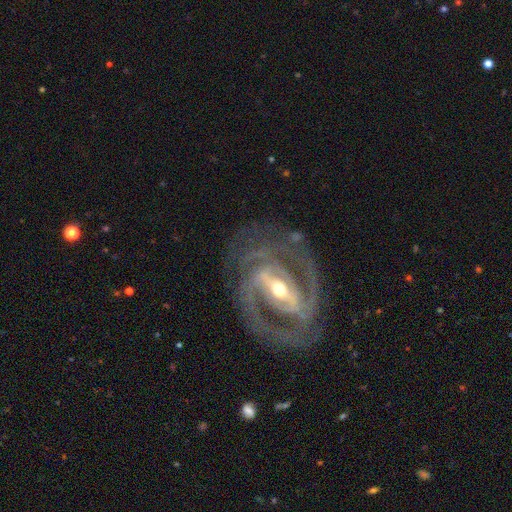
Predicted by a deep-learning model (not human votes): smooth-or-featured: featured or disk: 92% | star or artifact: 5% | smooth: 3%
  disk-edge-on: no: 95% | yes: 5%
    bar: strong: 72% | weak: 21% | no: 7%
    has-spiral-arms: yes: 97% | no: 3%
      spiral-winding: tight: 51% | medium: 42% | loose: 7%
      spiral-arm-count: 2: 70% | 3: 14% | can't tell: 7% | 4: 4% | 1: 3% | more than 4: 3%
    bulge-size: moderate: 57% | small: 37% | large: 5% | dominant: 1% | none: 1%
  merging: none: 74% | minor disturbance: 14% | major disturbance: 10% | merger: 2%